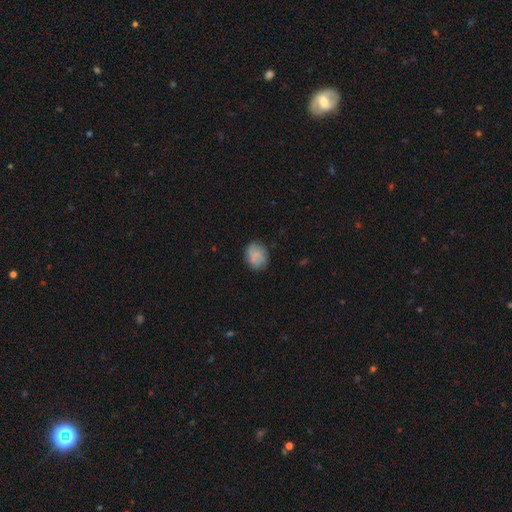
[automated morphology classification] Smooth or featured: smooth — 73% (featured or disk — 18%)
How rounded: round — 53% (in between — 46%)
Merging: none — 75% (minor disturbance — 18%)